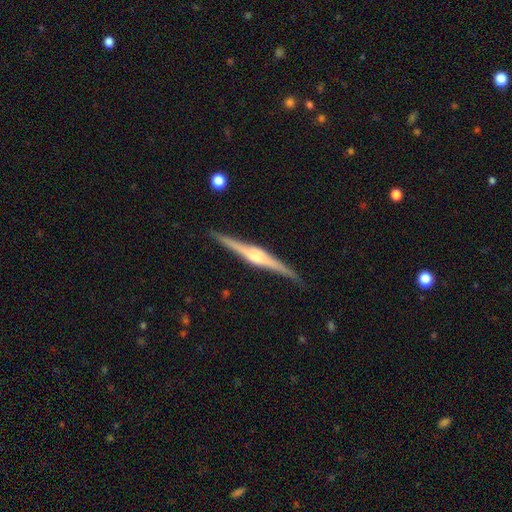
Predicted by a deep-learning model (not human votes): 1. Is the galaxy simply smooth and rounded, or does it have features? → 84% featured or disk, 11% smooth, 5% star or artifact.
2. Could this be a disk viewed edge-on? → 98% yes, 2% no.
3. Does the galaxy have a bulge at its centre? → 72% rounded, 22% boxy, 6% none.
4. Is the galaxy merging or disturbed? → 90% none, 8% minor disturbance, 2% major disturbance, 1% merger.